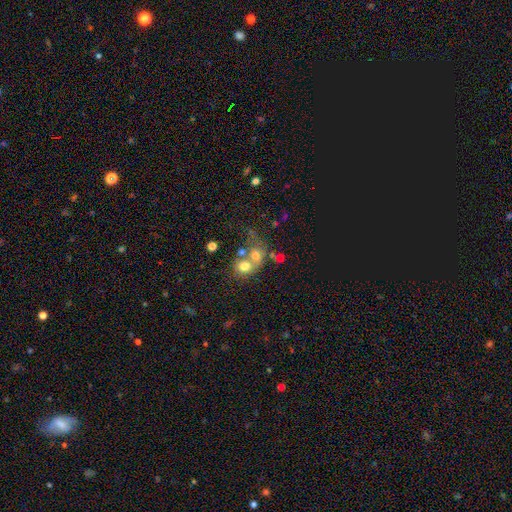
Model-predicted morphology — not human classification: This appears to be a smooth galaxy with no disk features (65%) that is round (67%). Merging: merger (61%).